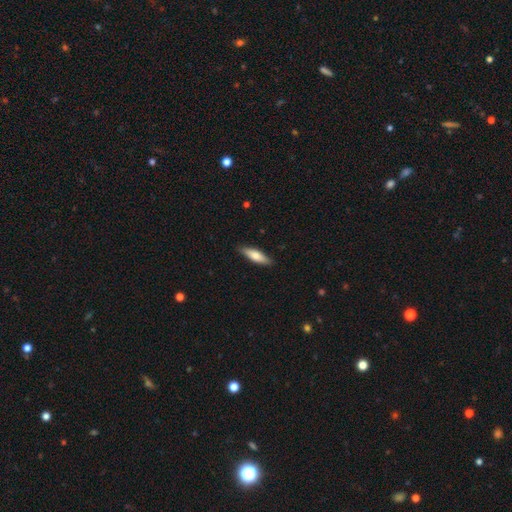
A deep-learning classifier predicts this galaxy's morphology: smooth 68%, featured or disk 27%, star or artifact 5%. Down the decision tree: how rounded — cigar-shaped (59%); merging — none (88%).